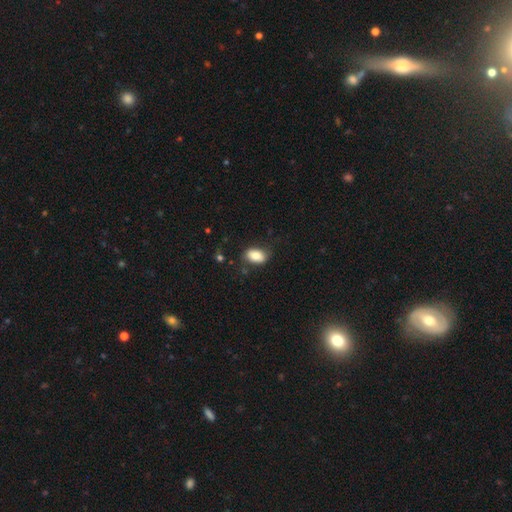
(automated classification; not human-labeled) The model was most divided on "merging": none: 76%, minor disturbance: 17%, major disturbance: 5%, merger: 2%. More confident: how rounded — in between (87%); smooth or featured — smooth (84%).